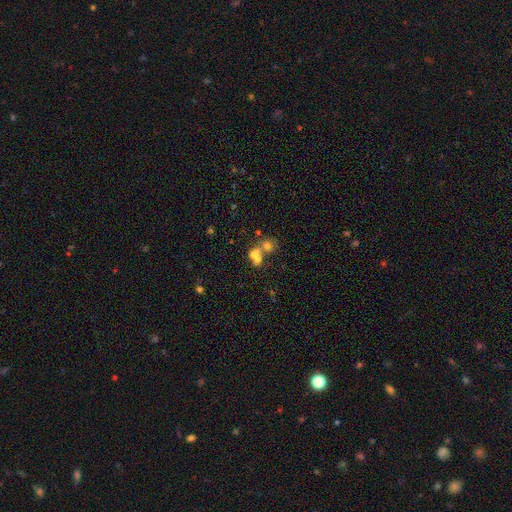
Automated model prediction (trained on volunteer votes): A smooth galaxy with no disk features (58%) that is round (54%).

Vote fractions:
- Smooth or featured? smooth: 58% / featured or disk: 25% / star or artifact: 17%
- How rounded? round: 54% / in between: 44% / cigar-shaped: 2%
- Merging? merger: 65% / none: 23% / minor disturbance: 6% / major disturbance: 6%